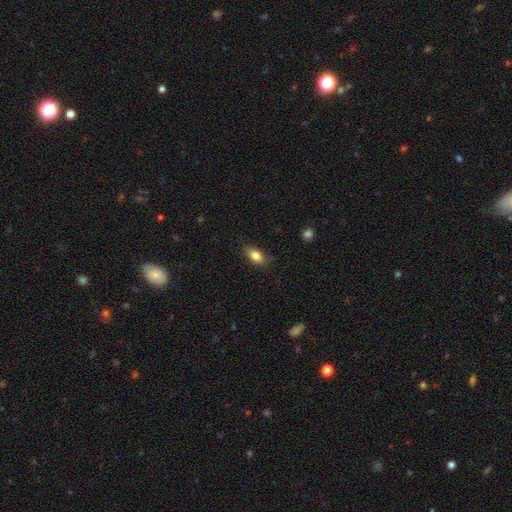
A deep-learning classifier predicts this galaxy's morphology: This appears to be a smooth galaxy with no disk features (83%) that is in between round and cigar-shaped (87%). Merging: none (81%).